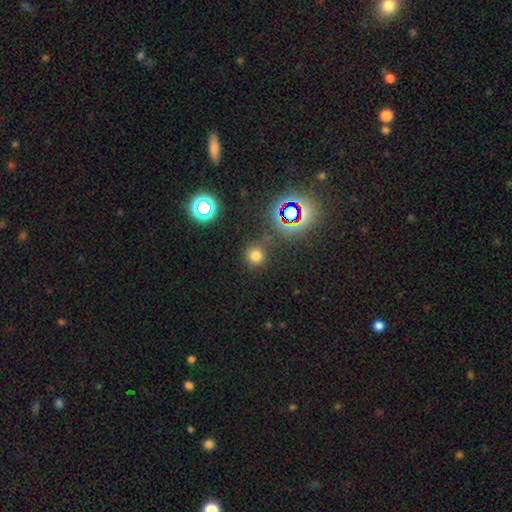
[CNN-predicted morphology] smooth_or_featured: smooth (p=0.70) [alt: star or artifact p=0.24]
how_rounded: round (p=0.92) [alt: in between p=0.06]
merging: none (p=0.84) [alt: minor disturbance p=0.08]